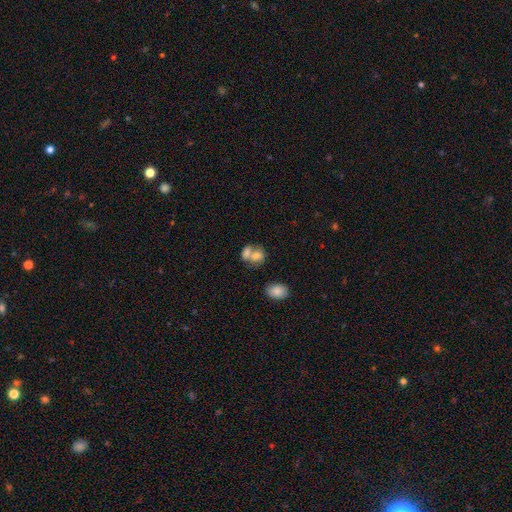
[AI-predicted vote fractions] Smooth or featured: smooth — 72% (featured or disk — 18%)
How rounded: in between — 59% (round — 39%)
Merging: merger — 63% (none — 24%)